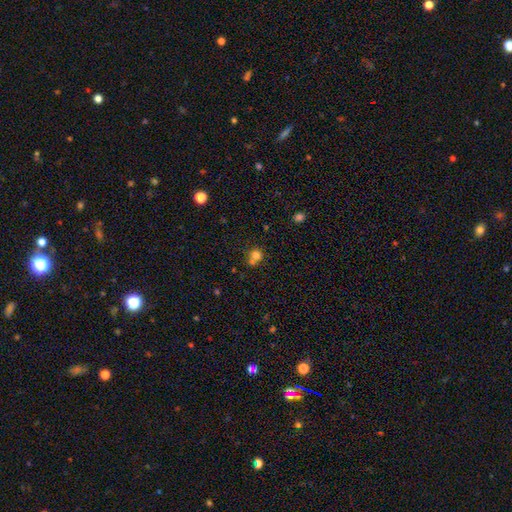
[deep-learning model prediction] smooth_or_featured: smooth (p=0.74) [alt: star or artifact p=0.15]
how_rounded: round (p=0.82) [alt: in between p=0.17]
merging: none (p=0.47) [alt: merger p=0.39]